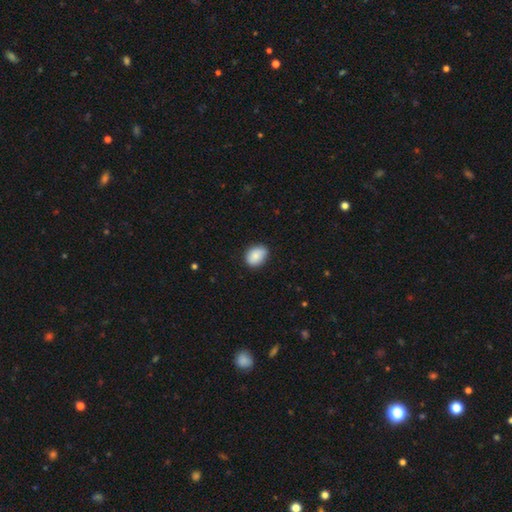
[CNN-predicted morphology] smooth 84%, featured or disk 9%, star or artifact 7%. Down the decision tree: how rounded — in between (62%); merging — none (81%).